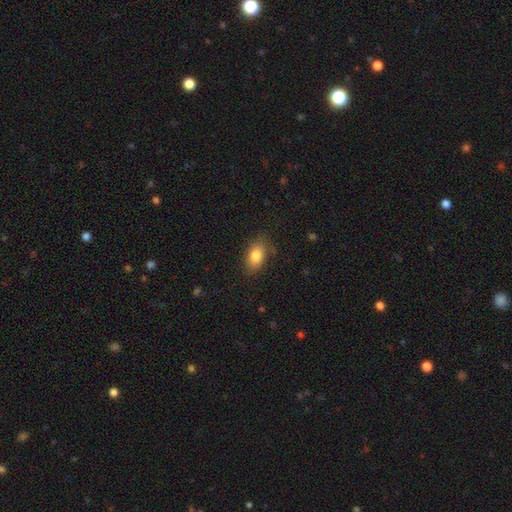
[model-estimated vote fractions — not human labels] Overall: smooth (82%). How rounded: in between (89%). Merging: none (79%).